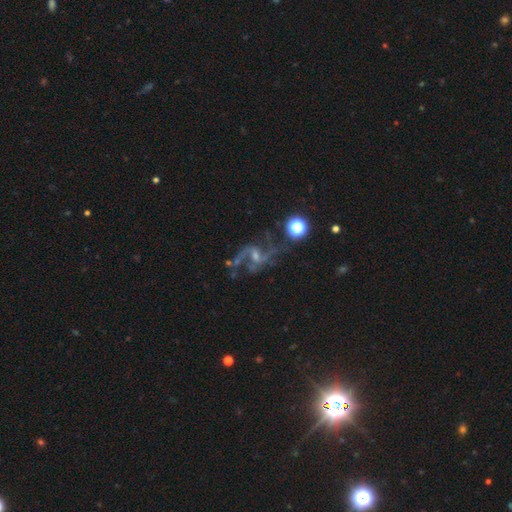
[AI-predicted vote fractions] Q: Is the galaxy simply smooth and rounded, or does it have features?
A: featured or disk — 79%.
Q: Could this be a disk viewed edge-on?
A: no — 97%.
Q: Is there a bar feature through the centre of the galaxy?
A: weak — 48%.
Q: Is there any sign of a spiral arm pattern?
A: yes — 91%.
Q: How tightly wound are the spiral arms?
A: loose — 60%.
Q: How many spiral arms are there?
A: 2 — 75%.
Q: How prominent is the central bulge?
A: small — 52%.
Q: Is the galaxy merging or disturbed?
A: none — 50%.